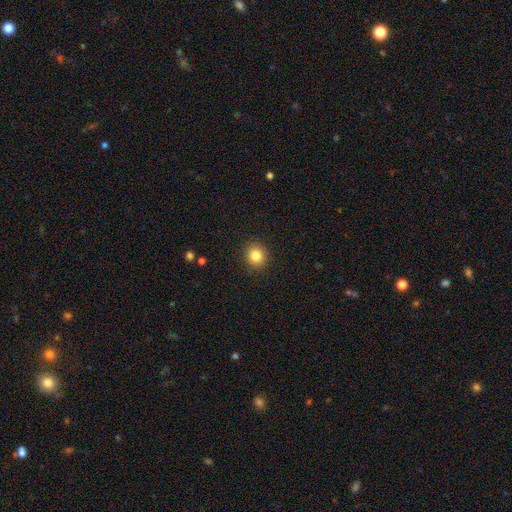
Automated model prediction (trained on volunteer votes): A smooth galaxy with no disk features (83%) that is round (87%). Merging: none (91%).